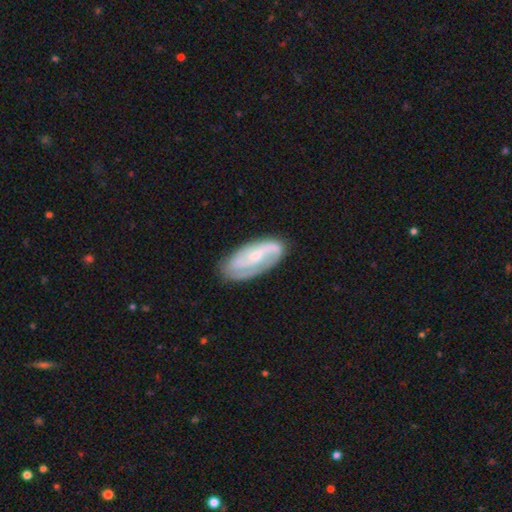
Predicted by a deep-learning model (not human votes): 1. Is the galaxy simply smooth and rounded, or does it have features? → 71% featured or disk, 23% smooth, 6% star or artifact.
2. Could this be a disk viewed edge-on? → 93% no, 7% yes.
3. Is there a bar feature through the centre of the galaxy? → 45% no, 40% weak, 15% strong.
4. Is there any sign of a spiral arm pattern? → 92% yes, 8% no.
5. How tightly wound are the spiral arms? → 42% medium, 36% tight, 23% loose.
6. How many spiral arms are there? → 59% 2, 18% can't tell, 10% 1, 9% 3, 2% 4, 2% more than 4.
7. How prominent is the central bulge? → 52% small, 33% moderate, 10% none, 4% large, 1% dominant.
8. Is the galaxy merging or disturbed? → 74% none, 18% minor disturbance, 6% major disturbance, 2% merger.